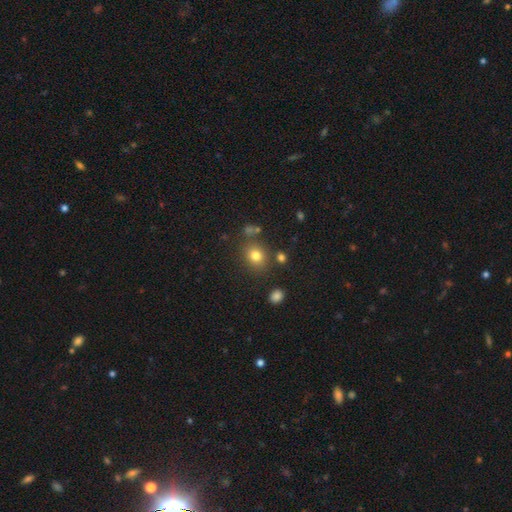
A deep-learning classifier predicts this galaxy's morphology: Smooth or featured: smooth — 78% (star or artifact — 14%)
How rounded: round — 74% (in between — 25%)
Merging: none — 78% (minor disturbance — 11%)